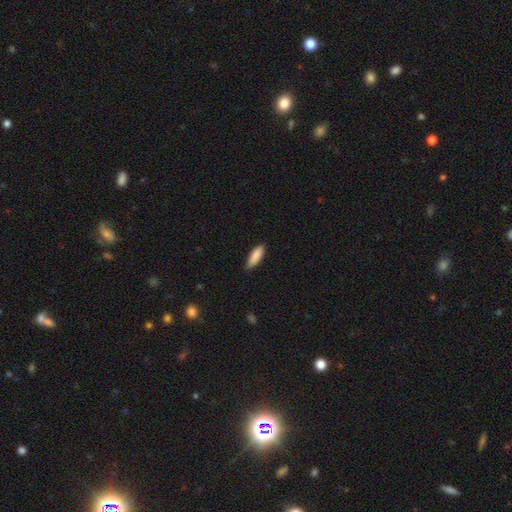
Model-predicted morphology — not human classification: A smooth galaxy with no disk features (88%) that is in between round and cigar-shaped (54%). Merging: none (81%).